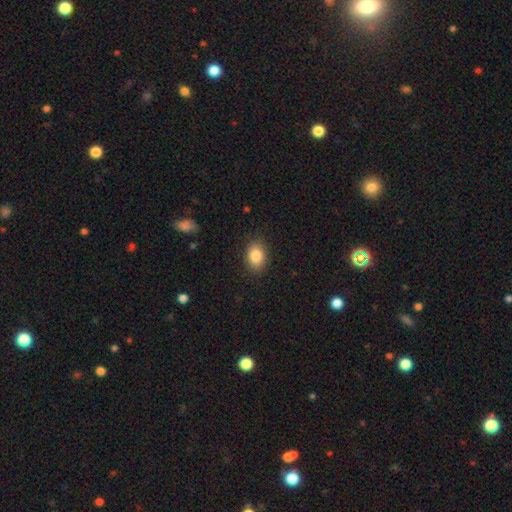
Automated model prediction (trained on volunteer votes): The model was most divided on "how rounded": in between: 72%, round: 27%, cigar-shaped: 1%. More confident: merging — none (87%); smooth or featured — smooth (85%).